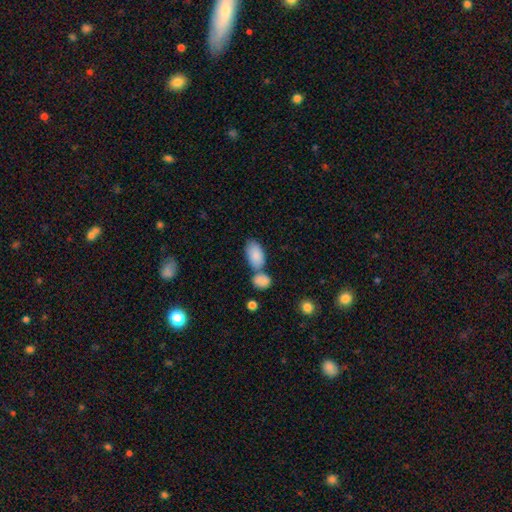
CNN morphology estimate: The model was most divided on "merging": none: 48%, merger: 34%, minor disturbance: 13%, major disturbance: 4%. More confident: how rounded — in between (94%); smooth or featured — smooth (85%).